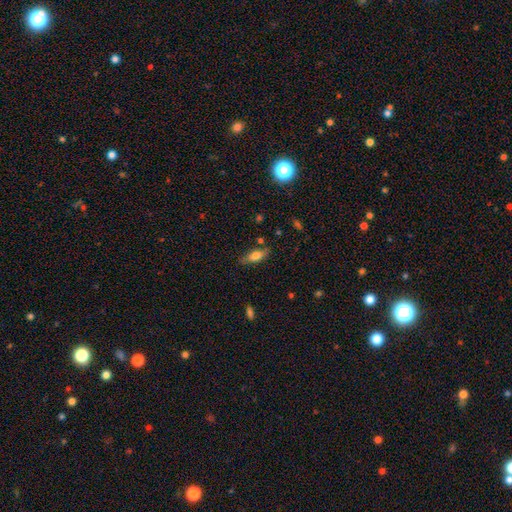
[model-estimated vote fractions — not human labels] smooth 71%, featured or disk 22%, star or artifact 8%. Down the decision tree: how rounded — in between (78%); merging — none (74%).